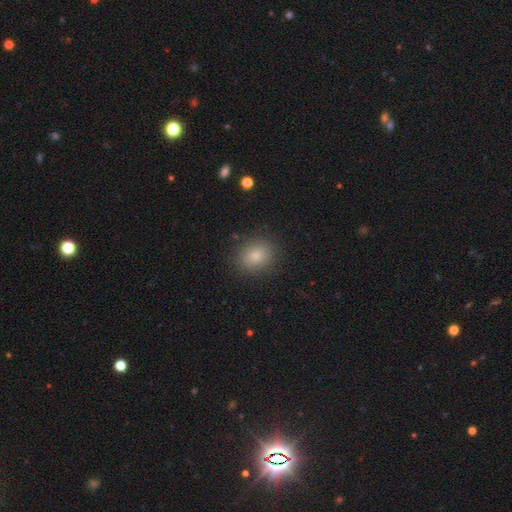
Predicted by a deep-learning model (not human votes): The model was most divided on "how rounded": round: 51%, in between: 48%, cigar-shaped: 1%. More confident: merging — none (87%); smooth or featured — smooth (83%).